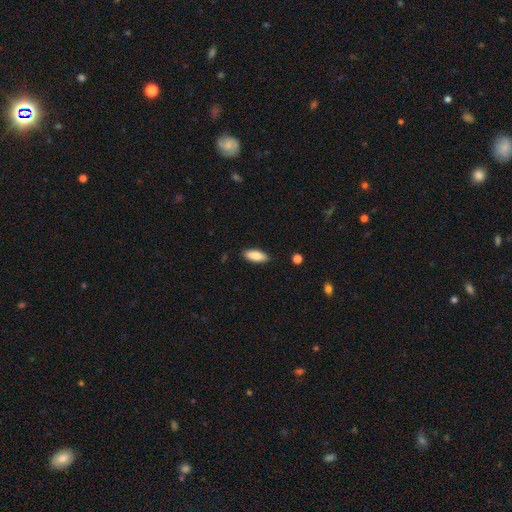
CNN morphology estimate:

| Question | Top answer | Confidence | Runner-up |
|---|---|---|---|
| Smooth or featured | smooth | 83% | featured or disk (10%) |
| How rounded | in between | 81% | cigar-shaped (17%) |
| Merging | none | 88% | minor disturbance (9%) |